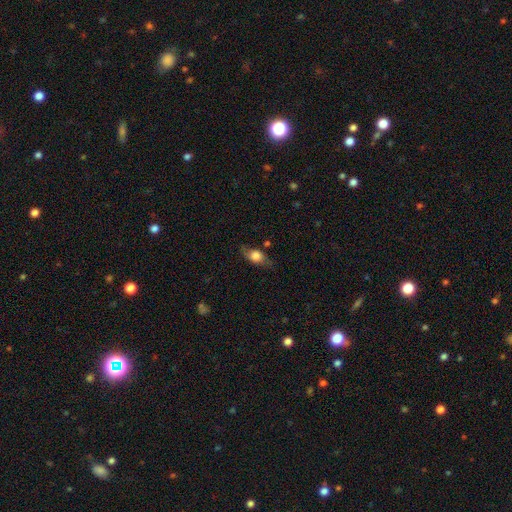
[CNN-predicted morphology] smooth-or-featured: smooth: 60% | featured or disk: 32% | star or artifact: 9%
  how-rounded: in between: 66% | round: 24% | cigar-shaped: 10%
  merging: none: 68% | minor disturbance: 22% | major disturbance: 9% | merger: 2%